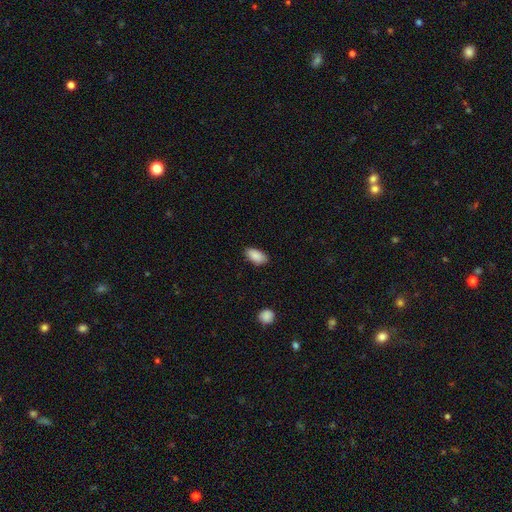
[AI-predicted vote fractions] Morphology: type=smooth (89%); roundness=in between (93%); merging=none (82%).